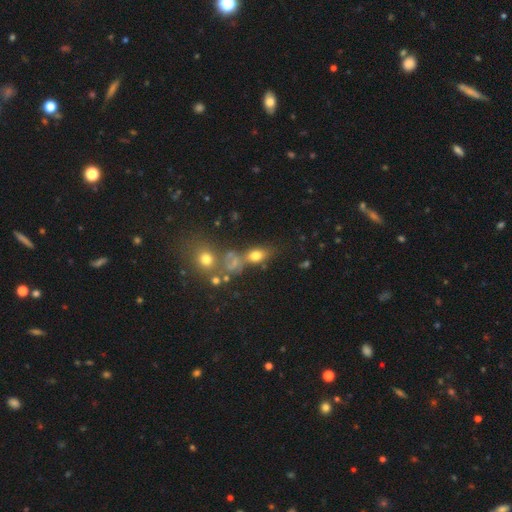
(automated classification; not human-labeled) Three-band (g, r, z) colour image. It shows a smooth galaxy with no disk features (69%) that is in between round and cigar-shaped (67%). Merging: none (49%).